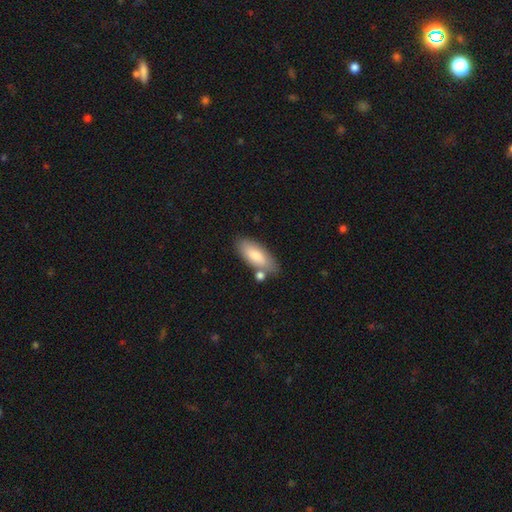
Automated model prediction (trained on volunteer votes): A smooth galaxy with no disk features (81%) that is in between round and cigar-shaped (79%).

Vote fractions:
- Smooth or featured? smooth: 81% / featured or disk: 14% / star or artifact: 6%
- How rounded? in between: 79% / cigar-shaped: 19% / round: 2%
- Merging? none: 67% / minor disturbance: 16% / merger: 13% / major disturbance: 4%